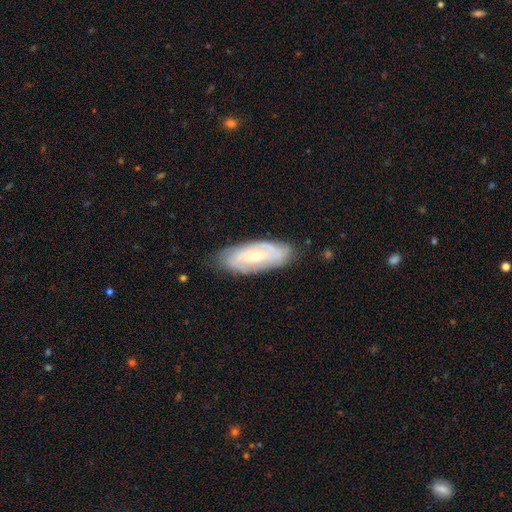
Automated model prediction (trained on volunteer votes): A featured or disk galaxy (71%) with no bar (48%), spiral arms (79%) and a small central bulge (54%).

Vote fractions:
- Smooth or featured? featured or disk: 71% / smooth: 23% / star or artifact: 6%
- Edge-on disk? no: 88% / yes: 12%
- Bar? no: 48% / weak: 38% / strong: 14%
- Spiral arms? yes: 79% / no: 21%
- Bulge size? small: 54% / moderate: 42% / large: 2% / none: 1% / dominant: 1%
- Merging? none: 78% / minor disturbance: 17% / major disturbance: 4% / merger: 1%